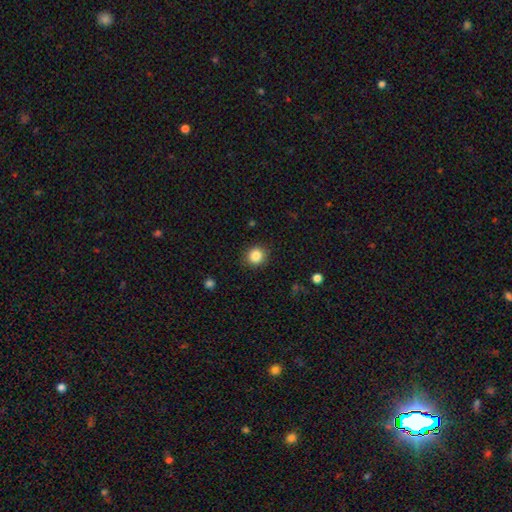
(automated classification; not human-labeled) Smooth or featured?
  - smooth: 85% *
  - star or artifact: 10%
  - featured or disk: 4%
How rounded?
  - round: 87% *
  - in between: 12%
  - cigar-shaped: 1%
Merging?
  - none: 89% *
  - minor disturbance: 7%
  - major disturbance: 2%
  - merger: 1%